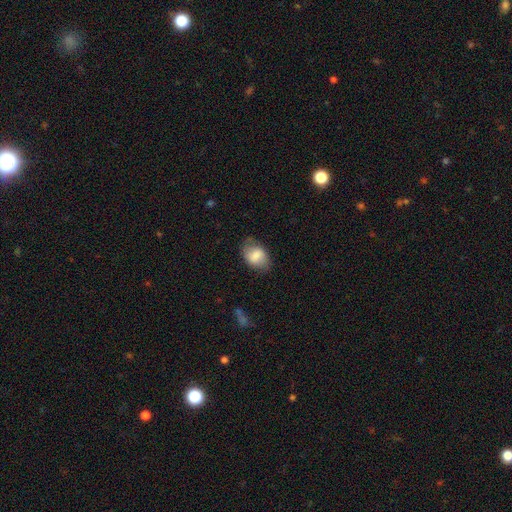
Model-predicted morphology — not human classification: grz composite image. It shows a smooth galaxy with no disk features (74%) that is in between round and cigar-shaped (81%). Merging: none (69%).